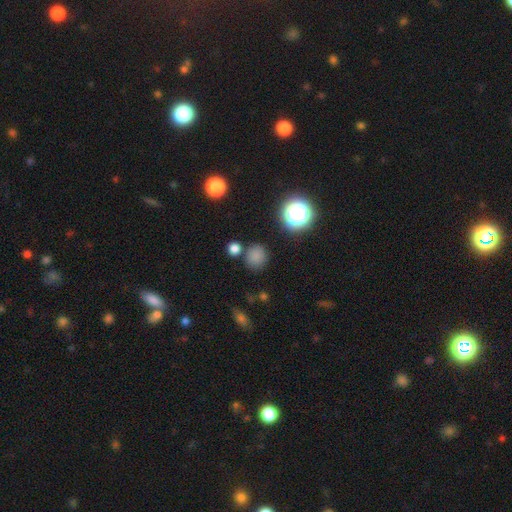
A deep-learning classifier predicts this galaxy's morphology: The model was most divided on "smooth or featured": smooth: 77%, star or artifact: 18%, featured or disk: 5%. More confident: how rounded — round (83%); merging — none (77%).